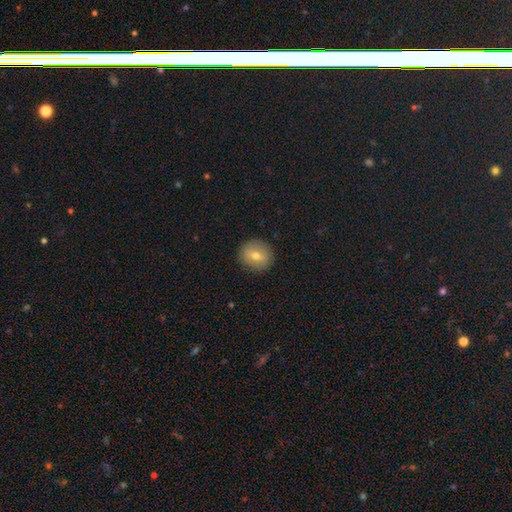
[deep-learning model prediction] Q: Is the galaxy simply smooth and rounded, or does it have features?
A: smooth — 66%.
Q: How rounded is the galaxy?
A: round — 88%.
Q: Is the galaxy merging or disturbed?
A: none — 90%.